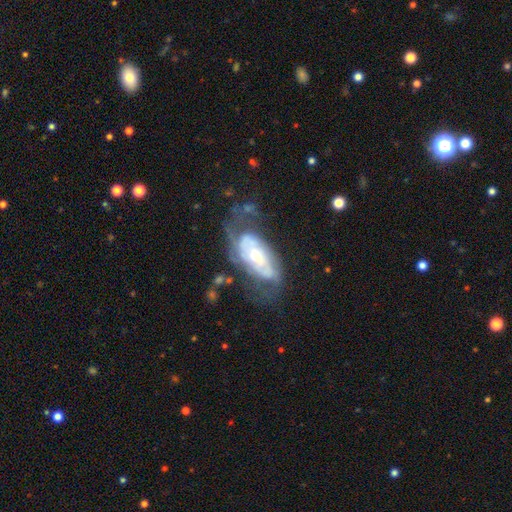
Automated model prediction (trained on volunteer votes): Smooth or featured? Predicted: featured or disk (p=0.75). Edge-on disk? Predicted: no (p=0.92). Bar? Predicted: no (p=0.62). Spiral arms? Predicted: yes (p=0.79). Spiral winding? Predicted: tight (p=0.51). Spiral arm count? Predicted: can't tell (p=0.44). Bulge size? Predicted: moderate (p=0.50). Merging? Predicted: none (p=0.44).